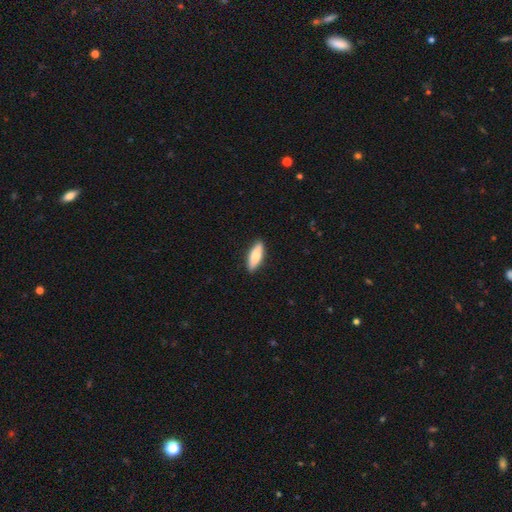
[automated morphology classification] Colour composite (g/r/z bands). It shows a smooth galaxy with no disk features (79%) that is in between round and cigar-shaped (59%). Merging: none (89%).